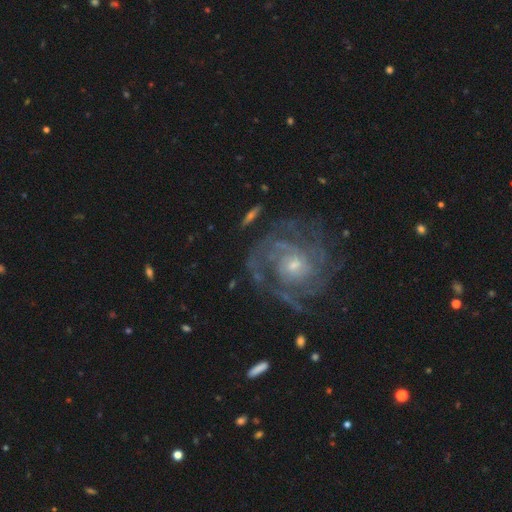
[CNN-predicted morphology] Smooth or featured?
  - featured or disk: 85% *
  - star or artifact: 9%
  - smooth: 6%
Edge-on disk?
  - no: 98% *
  - yes: 2%
Bar?
  - no: 72% *
  - weak: 22%
  - strong: 6%
Spiral arms?
  - yes: 96% *
  - no: 4%
Spiral winding?
  - tight: 65% *
  - medium: 29%
  - loose: 6%
Spiral arm count?
  - can't tell: 26% *
  - 3: 23%
  - 2: 22%
  - 4: 13%
  - more than 4: 8%
  - 1: 8%
Bulge size?
  - small: 61% *
  - moderate: 33%
  - large: 3%
  - none: 2%
  - dominant: 1%
Merging?
  - none: 75% *
  - minor disturbance: 14%
  - major disturbance: 9%
  - merger: 2%